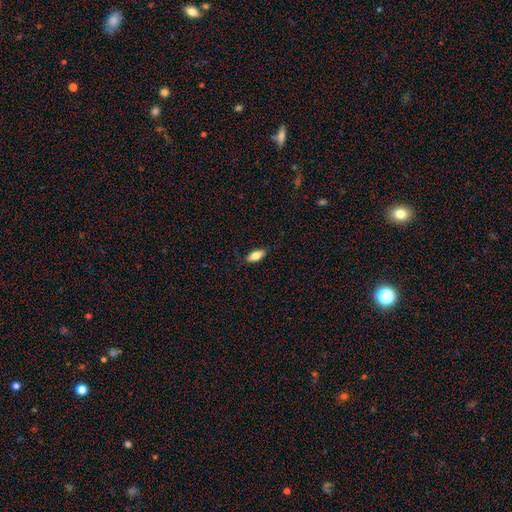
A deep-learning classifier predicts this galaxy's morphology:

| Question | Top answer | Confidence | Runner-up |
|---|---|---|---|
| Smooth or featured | smooth | 78% | featured or disk (15%) |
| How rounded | in between | 84% | cigar-shaped (13%) |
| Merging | none | 84% | minor disturbance (12%) |